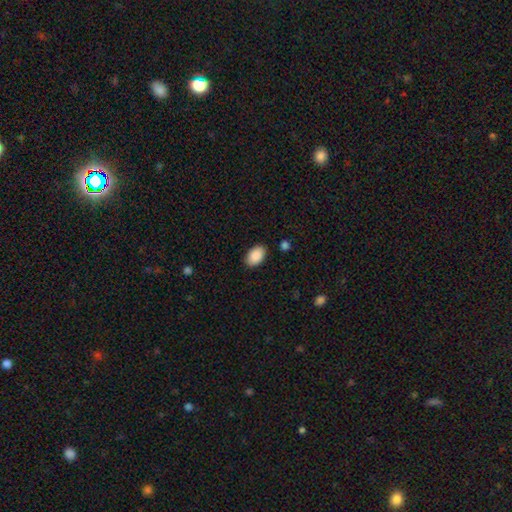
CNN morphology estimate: Q: Smooth or featured?
A: smooth (90%); runner-up: star or artifact (6%)
Q: How rounded?
A: in between (92%); runner-up: round (6%)
Q: Merging?
A: none (87%); runner-up: minor disturbance (9%)